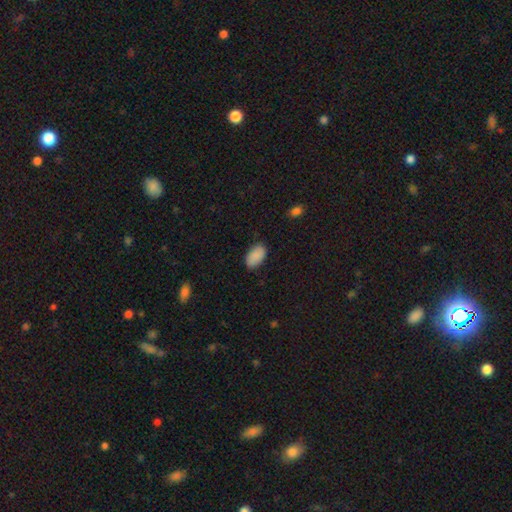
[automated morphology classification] This is clearly a smooth galaxy (89%). How rounded: clearly in between (94%). Merging: clearly none (83%).